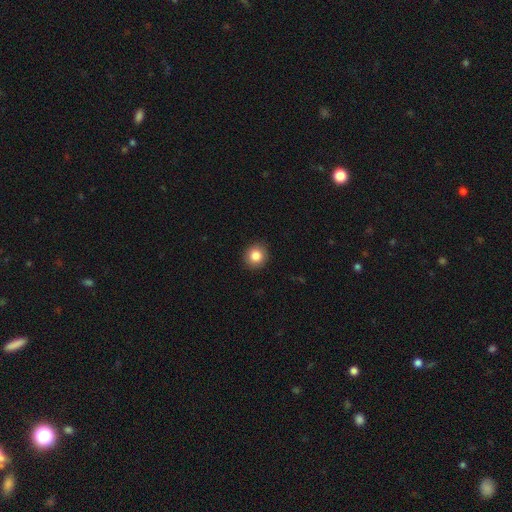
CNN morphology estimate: smooth 85%, star or artifact 9%, featured or disk 6%. Down the decision tree: how rounded — round (89%); merging — none (91%).